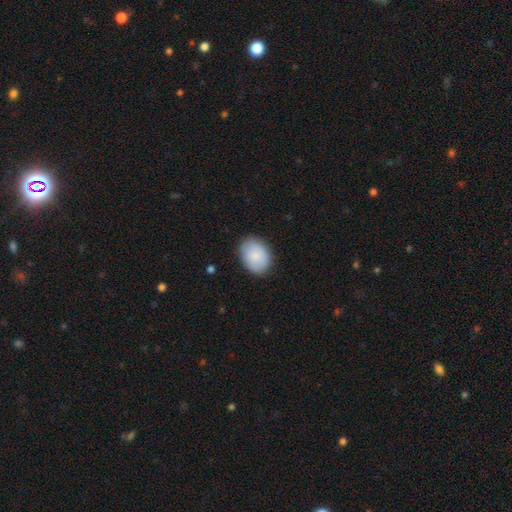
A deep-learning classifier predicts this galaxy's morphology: smooth_or_featured: smooth (p=0.85) [alt: featured or disk p=0.09]
how_rounded: in between (p=0.71) [alt: round p=0.28]
merging: none (p=0.84) [alt: minor disturbance p=0.12]